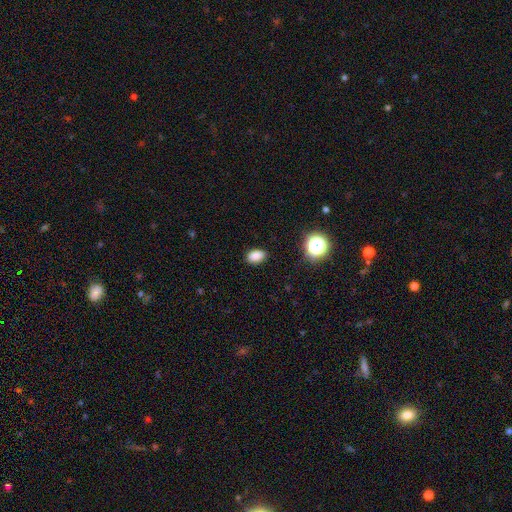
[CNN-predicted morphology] This appears to be a smooth galaxy with no disk features (84%) that is in between round and cigar-shaped (84%). Merging: none (88%).